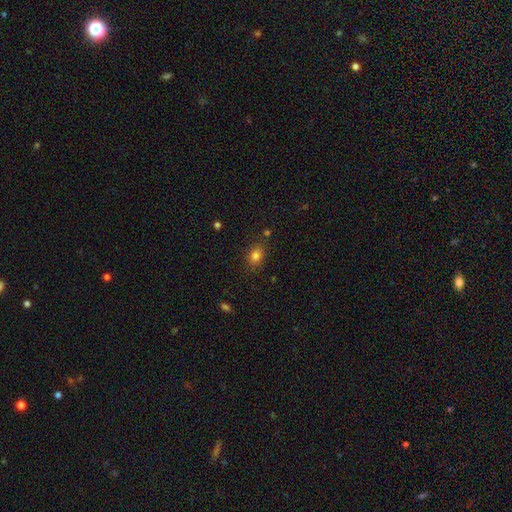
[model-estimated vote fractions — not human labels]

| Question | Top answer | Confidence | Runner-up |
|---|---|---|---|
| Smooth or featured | smooth | 81% | star or artifact (13%) |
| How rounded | in between | 65% | round (34%) |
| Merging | none | 82% | minor disturbance (12%) |